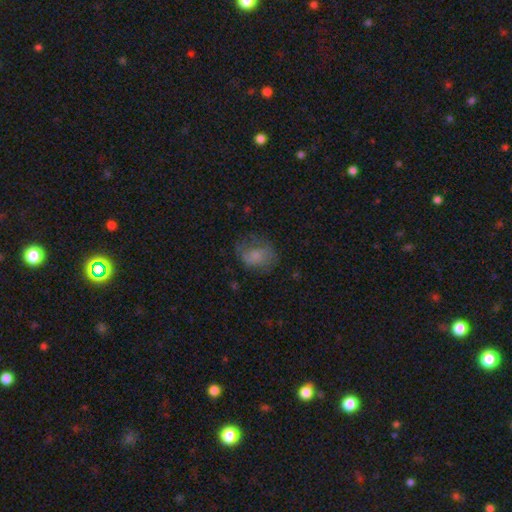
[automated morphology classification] smooth 68%, featured or disk 21%, star or artifact 11%. Down the decision tree: how rounded — in between (56%); merging — none (53%).